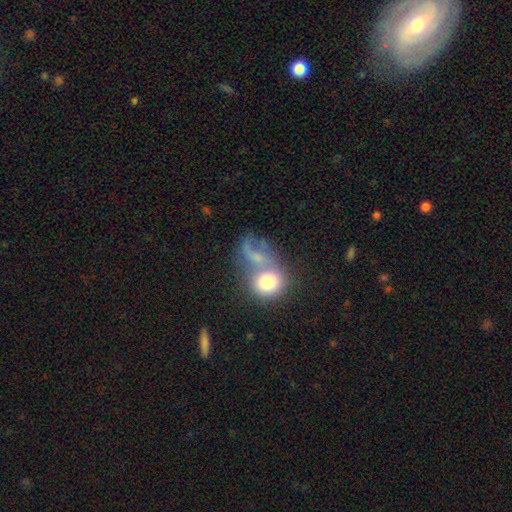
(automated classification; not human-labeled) smooth-or-featured: smooth: 55% | featured or disk: 33% | star or artifact: 12%
  how-rounded: round: 53% | in between: 44% | cigar-shaped: 3%
  merging: merger: 58% | none: 19% | major disturbance: 14% | minor disturbance: 9%